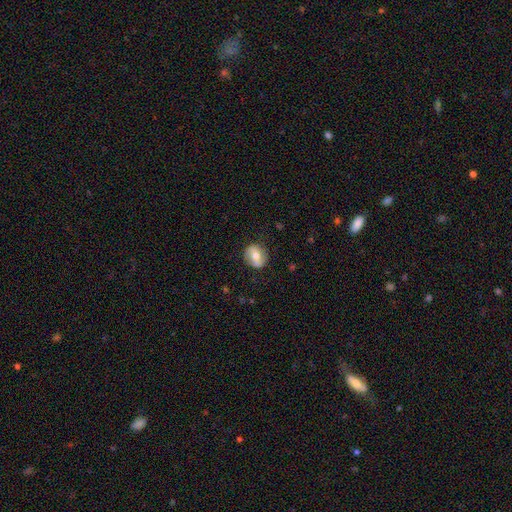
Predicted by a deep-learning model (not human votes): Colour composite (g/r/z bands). It shows a smooth galaxy with no disk features (47%). Merging: none (84%).